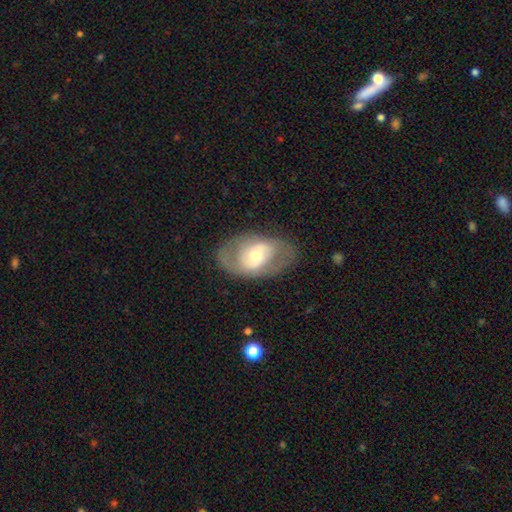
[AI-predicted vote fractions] This is likely a featured or disk galaxy (62%). It is clearly not viewed edge-on (93%). Bar: possibly no (48%). Spiral arm pattern: possibly yes (52%). Central bulge: likely moderate (61%). Merging: likely none (75%).